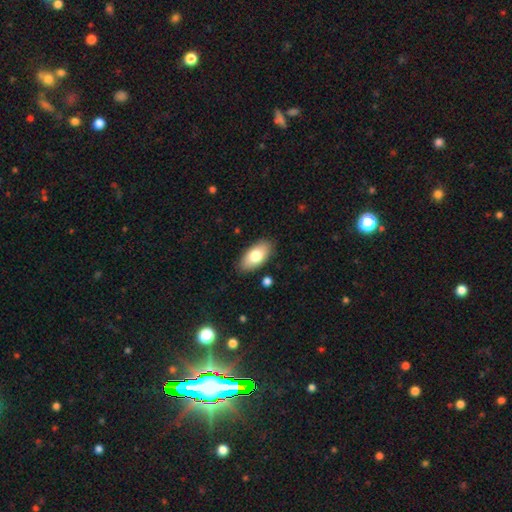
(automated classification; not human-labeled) Smooth or featured? smooth (78%)
How rounded? in between (93%)
Merging? none (86%)